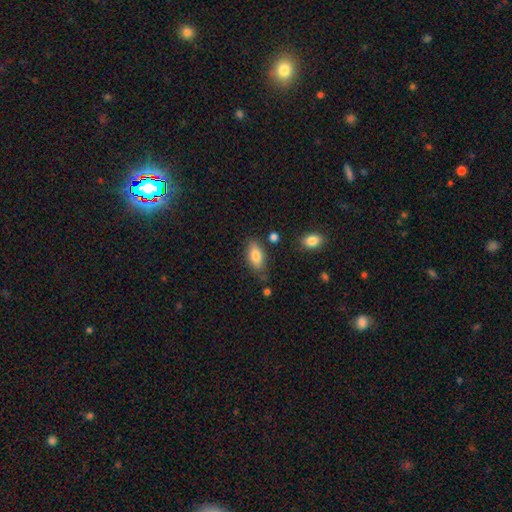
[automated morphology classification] type=smooth (80%); roundness=in between (88%); merging=none (74%).